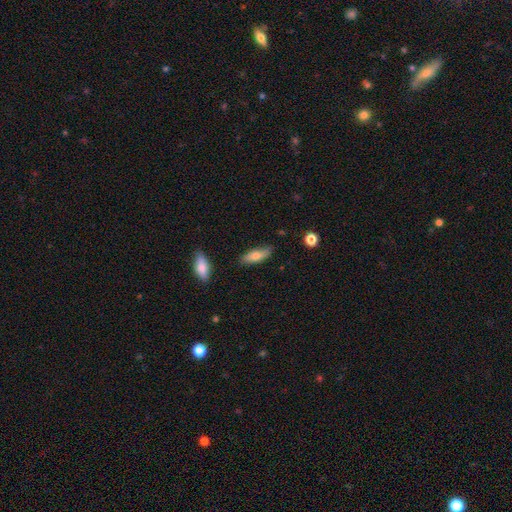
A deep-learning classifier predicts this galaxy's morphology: type=smooth (73%); roundness=in between (60%); merging=none (74%).